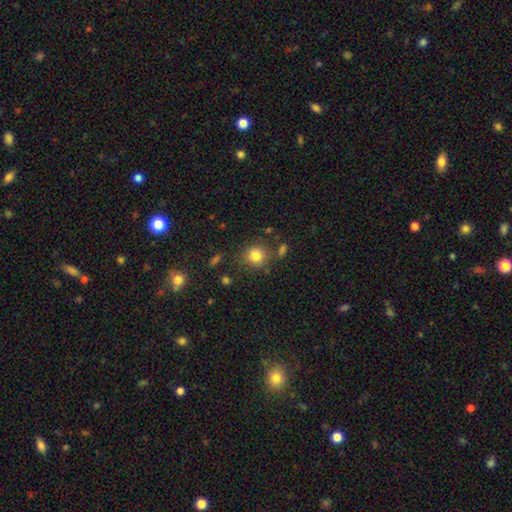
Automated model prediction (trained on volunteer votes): Overall: smooth (81%). How rounded: round (87%). Merging: none (79%).